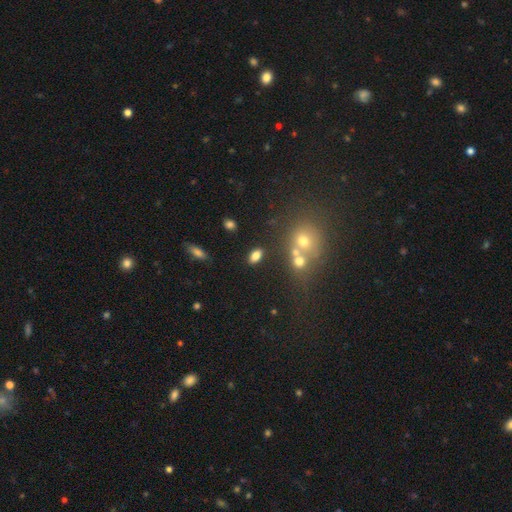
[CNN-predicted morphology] This appears to be a smooth galaxy with no disk features (78%) that is in between round and cigar-shaped (88%). Merging: none (80%).